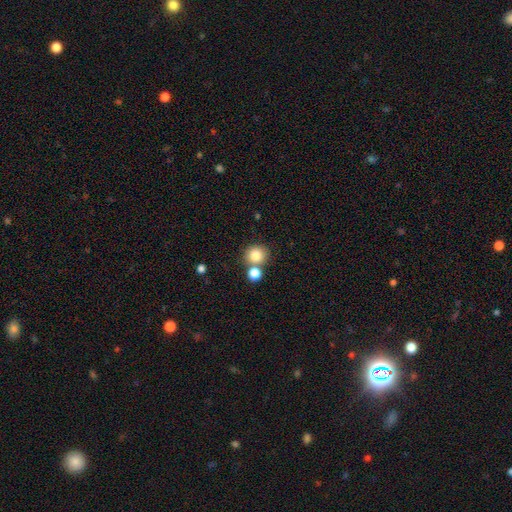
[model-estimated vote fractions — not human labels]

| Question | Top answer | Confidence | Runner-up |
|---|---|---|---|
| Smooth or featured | smooth | 82% | star or artifact (11%) |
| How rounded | round | 86% | in between (13%) |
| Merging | none | 64% | merger (25%) |